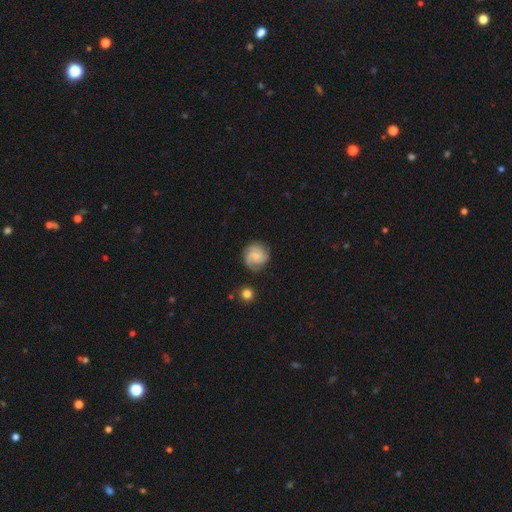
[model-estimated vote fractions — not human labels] featured or disk 64%, smooth 29%, star or artifact 7%. Down the decision tree: edge-on disk — no (98%); bar — no (69%); spiral arms — yes (95%); spiral arm count — 3 (50%); spiral winding — tight (47%); bulge size — small (51%); merging — none (80%).